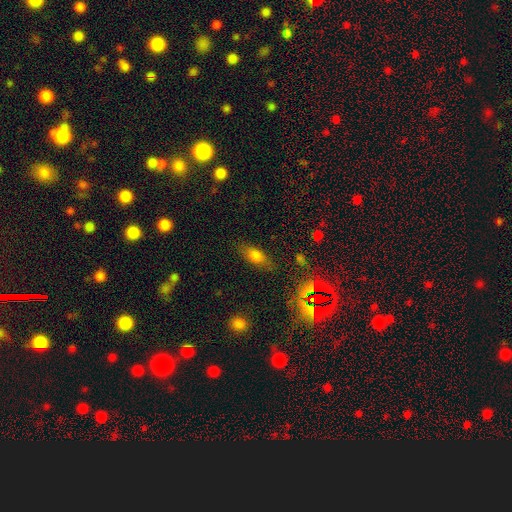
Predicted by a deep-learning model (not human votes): A smooth galaxy with no disk features (70%) that is in between round and cigar-shaped (75%).

Vote fractions:
- Smooth or featured? smooth: 70% / featured or disk: 16% / star or artifact: 15%
- How rounded? in between: 75% / cigar-shaped: 18% / round: 7%
- Merging? none: 80% / minor disturbance: 14% / major disturbance: 4% / merger: 3%